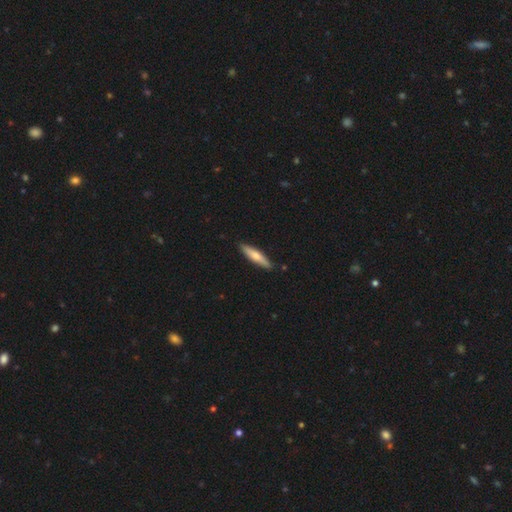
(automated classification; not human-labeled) The model was most divided on "smooth or featured": smooth: 61%, featured or disk: 34%, star or artifact: 5%. More confident: merging — none (88%); how rounded — cigar-shaped (83%).